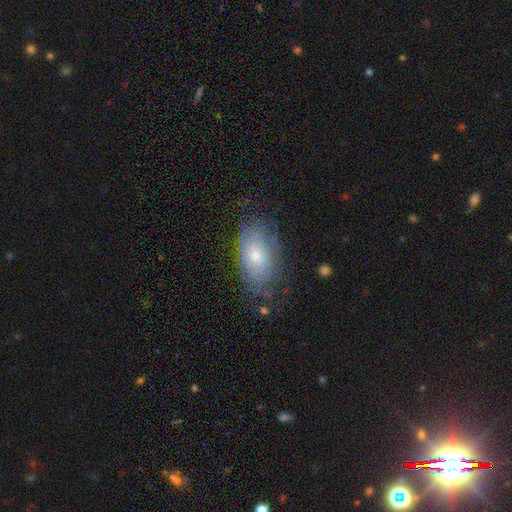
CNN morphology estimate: Smooth or featured: smooth — 54% (featured or disk — 38%)
How rounded: in between — 91% (round — 6%)
Merging: none — 65% (minor disturbance — 24%)